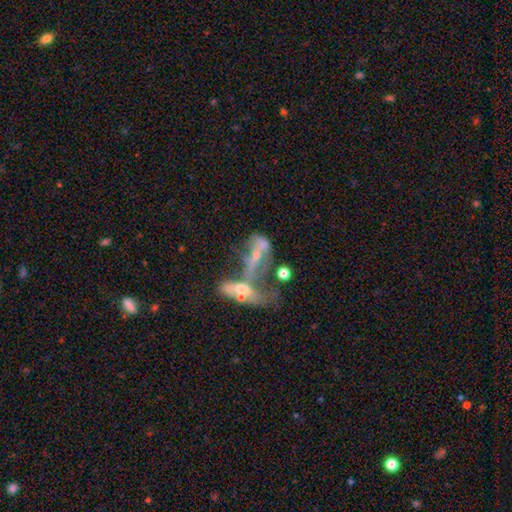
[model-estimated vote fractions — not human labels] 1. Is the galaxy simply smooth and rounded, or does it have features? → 59% featured or disk, 27% smooth, 14% star or artifact.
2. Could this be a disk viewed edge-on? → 86% no, 14% yes.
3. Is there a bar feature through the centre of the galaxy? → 77% no, 15% weak, 8% strong.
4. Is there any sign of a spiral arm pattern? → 77% no, 23% yes.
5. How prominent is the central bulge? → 37% small, 29% moderate, 28% none, 4% large, 2% dominant.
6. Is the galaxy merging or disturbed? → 62% merger, 21% major disturbance, 10% none, 7% minor disturbance.